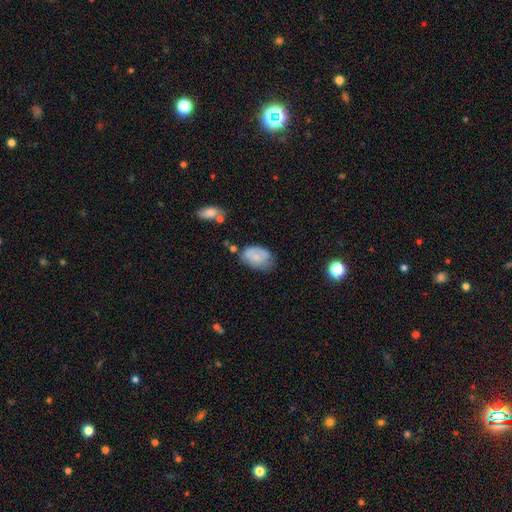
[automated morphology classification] This appears to be a smooth galaxy with no disk features (63%) that is in between round and cigar-shaped (88%). Merging: none (52%).